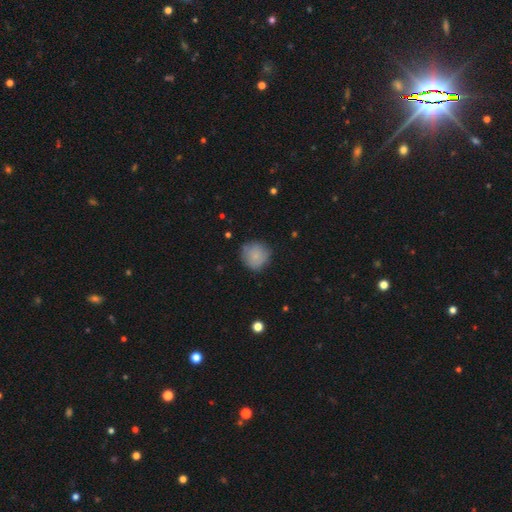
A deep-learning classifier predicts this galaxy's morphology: A smooth galaxy with no disk features (82%) that is round (91%).

Vote fractions:
- Smooth or featured? smooth: 82% / featured or disk: 10% / star or artifact: 8%
- How rounded? round: 91% / in between: 8% / cigar-shaped: 1%
- Merging? none: 78% / minor disturbance: 16% / major disturbance: 4% / merger: 2%